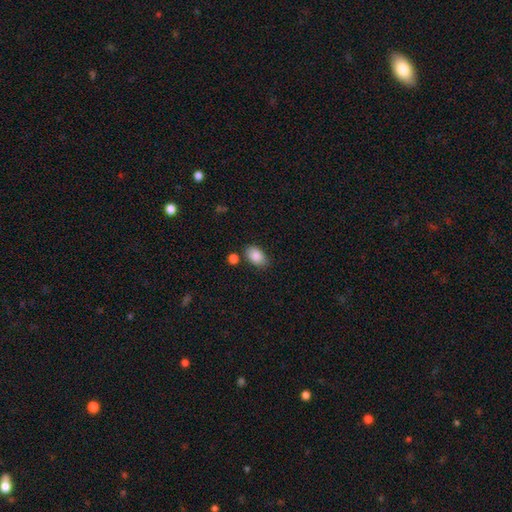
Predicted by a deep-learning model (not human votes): Smooth or featured? smooth (87%)
How rounded? in between (89%)
Merging? none (72%)